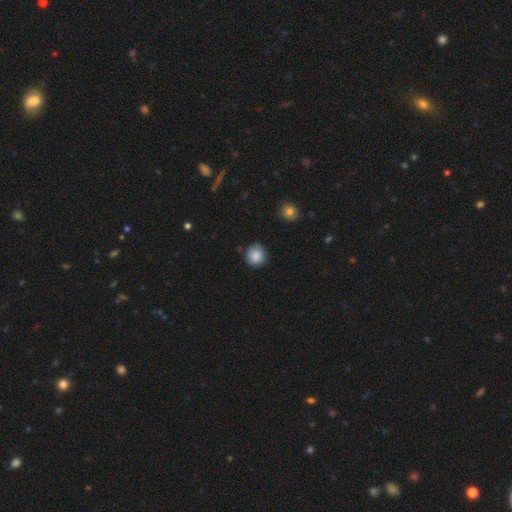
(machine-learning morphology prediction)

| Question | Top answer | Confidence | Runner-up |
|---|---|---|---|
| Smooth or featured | smooth | 87% | star or artifact (8%) |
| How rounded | round | 92% | in between (7%) |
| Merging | none | 85% | minor disturbance (11%) |